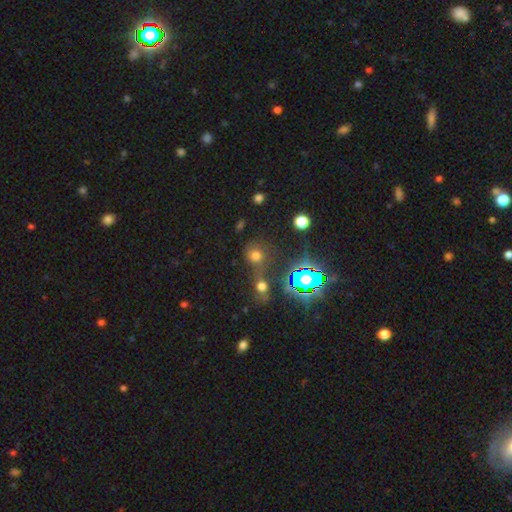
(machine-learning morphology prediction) This is possibly a smooth galaxy (59%). How rounded: likely round (78%). Merging: possibly none (56%).